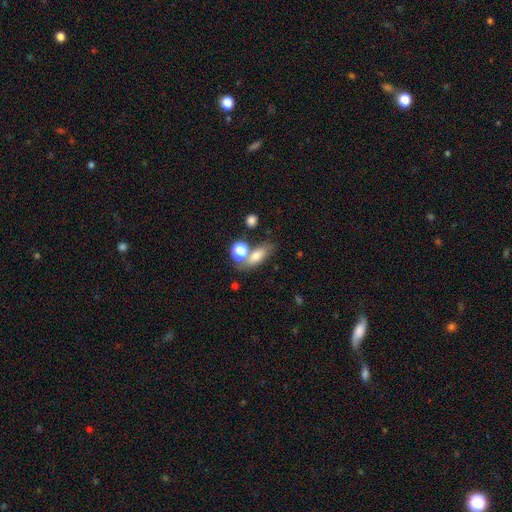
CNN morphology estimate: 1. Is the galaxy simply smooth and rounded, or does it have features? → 73% smooth, 14% featured or disk, 12% star or artifact.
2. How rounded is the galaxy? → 71% in between, 15% round, 15% cigar-shaped.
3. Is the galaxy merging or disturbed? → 56% none, 23% merger, 14% minor disturbance, 7% major disturbance.